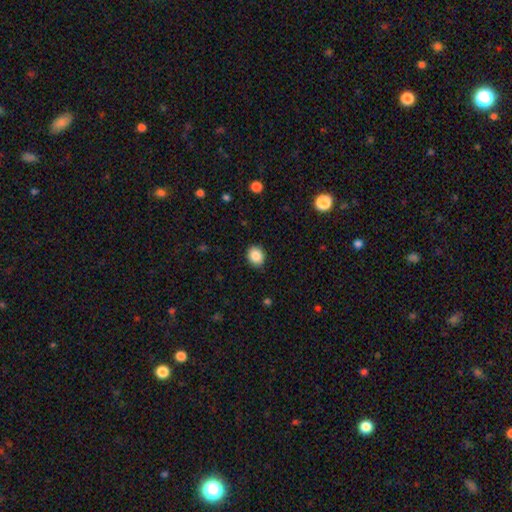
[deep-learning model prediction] This appears to be a smooth galaxy with no disk features (88%) that is round (60%). Merging: none (89%).